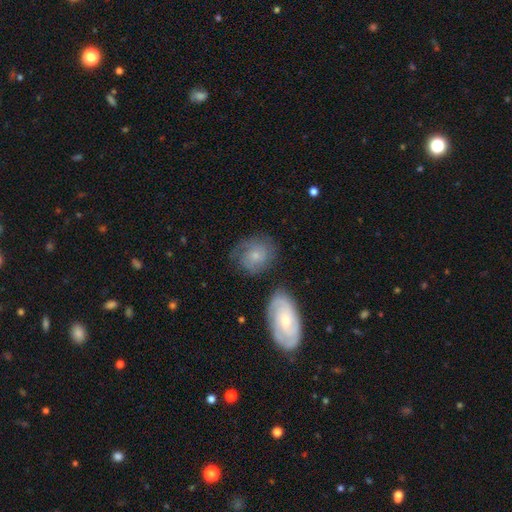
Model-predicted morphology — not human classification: Smooth or featured: featured or disk — 49% (smooth — 43%)
Merging: none — 62% (minor disturbance — 20%)